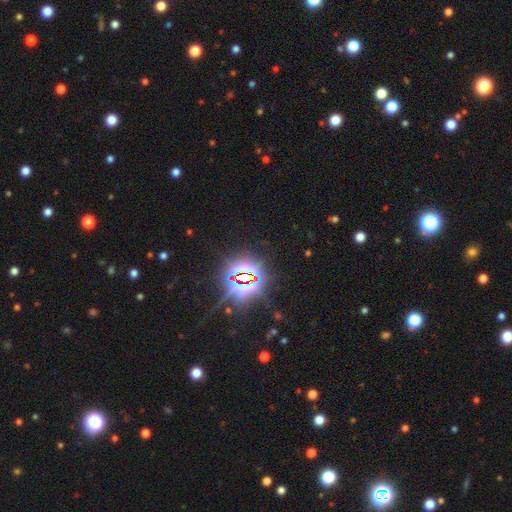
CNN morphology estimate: Smooth or featured? Predicted: star or artifact (p=0.84).